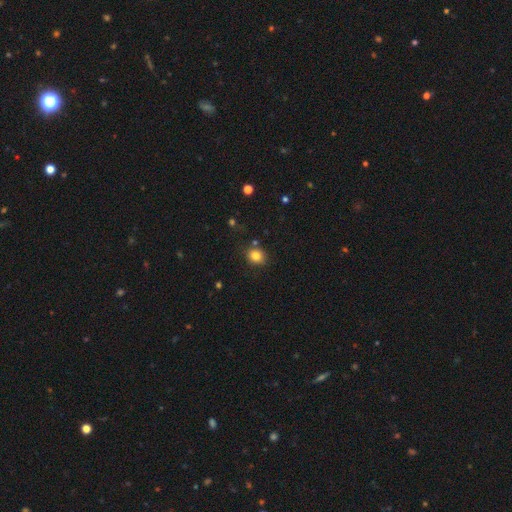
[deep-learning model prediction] Overall: smooth (82%). How rounded: round (67%; in between 32%). Merging: none (82%).